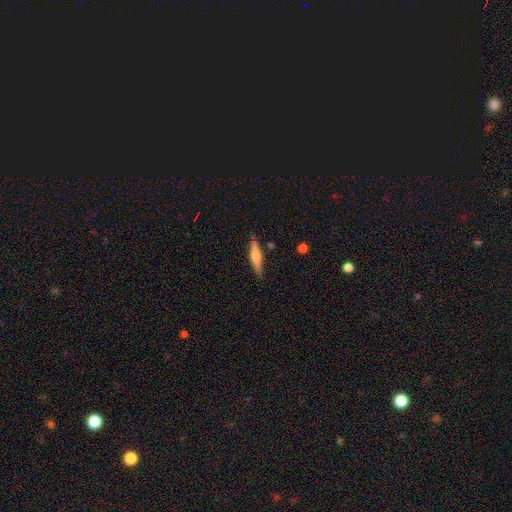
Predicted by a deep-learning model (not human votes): smooth_or_featured: smooth (p=0.56) [alt: featured or disk p=0.38]
how_rounded: cigar-shaped (p=0.82) [alt: in between p=0.17]
merging: none (p=0.85) [alt: minor disturbance p=0.11]